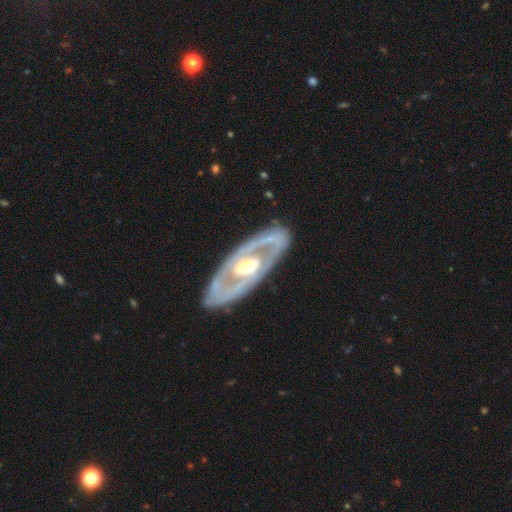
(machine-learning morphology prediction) Overall: featured or disk (80%). Edge-on disk: no (83%). Bar: no (66%). Spiral arms: no (56%; yes 44%). Bulge size: moderate (70%). Merging: none (86%).